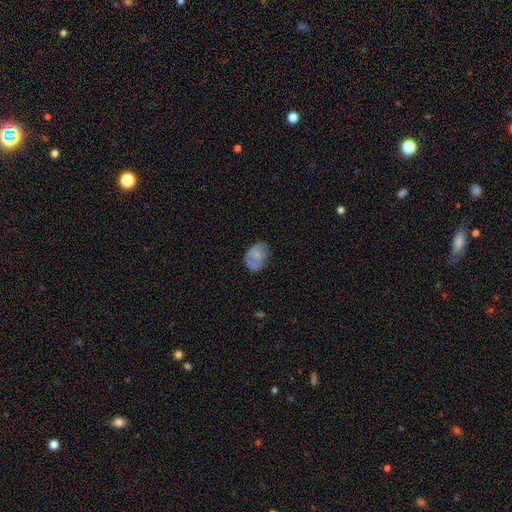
Smooth or featured? 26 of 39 (67%) said smooth. How rounded? 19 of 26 (73%) said in between. Merging? 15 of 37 (41%) said none.